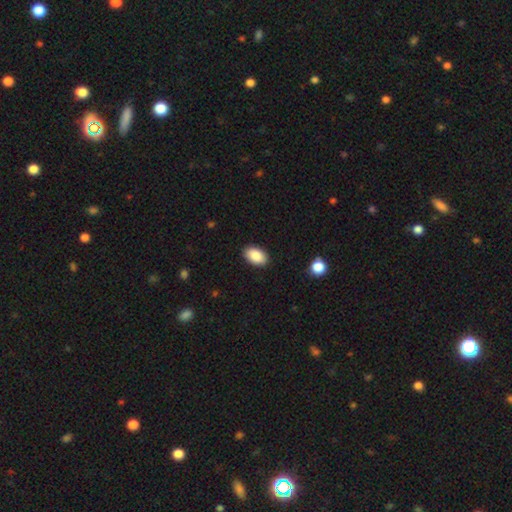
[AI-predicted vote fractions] Q: Smooth or featured?
A: smooth (89%); runner-up: star or artifact (7%)
Q: How rounded?
A: in between (93%); runner-up: round (6%)
Q: Merging?
A: none (90%); runner-up: minor disturbance (8%)